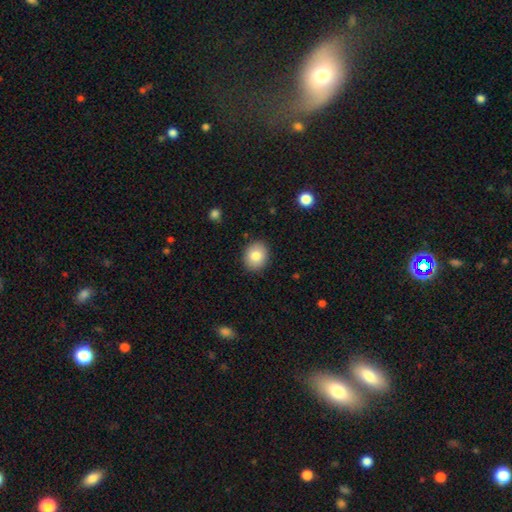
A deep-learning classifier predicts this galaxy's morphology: Overall: smooth (83%). How rounded: round (63%; in between 37%). Merging: none (89%).